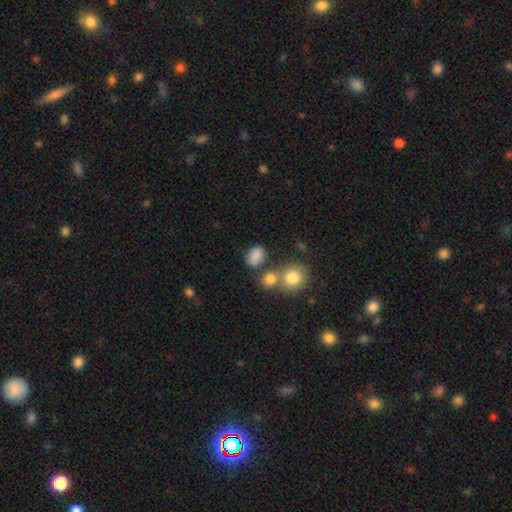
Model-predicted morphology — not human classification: A smooth galaxy with no disk features (83%) that is in between round and cigar-shaped (66%).

Vote fractions:
- Smooth or featured? smooth: 83% / star or artifact: 11% / featured or disk: 7%
- How rounded? in between: 66% / round: 33% / cigar-shaped: 1%
- Merging? none: 60% / merger: 17% / minor disturbance: 16% / major disturbance: 6%